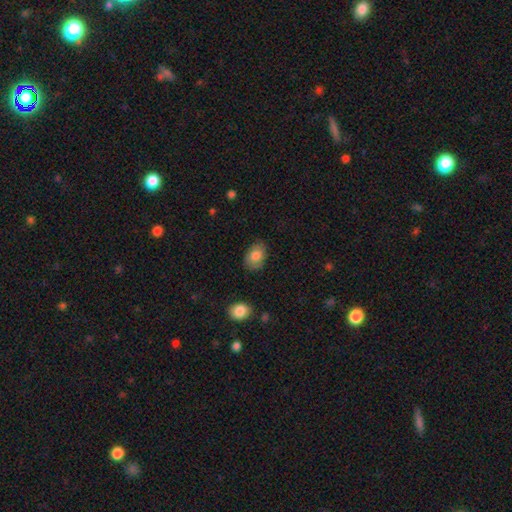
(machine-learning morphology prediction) type=smooth (82%); roundness=in between (82%); merging=none (79%).